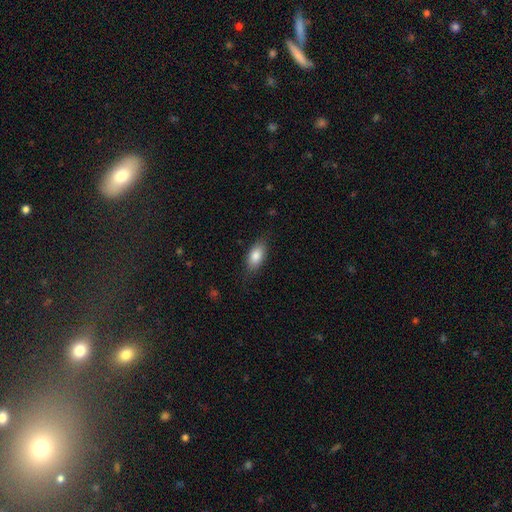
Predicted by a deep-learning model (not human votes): smooth 84%, featured or disk 9%, star or artifact 7%. Down the decision tree: how rounded — in between (90%); merging — none (81%).